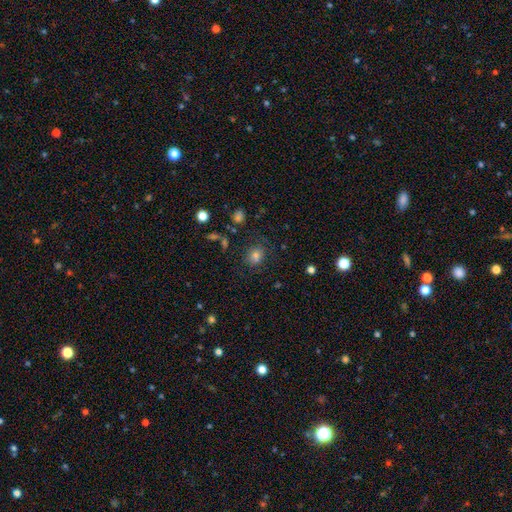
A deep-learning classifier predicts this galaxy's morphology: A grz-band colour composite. It shows a smooth galaxy with no disk features (74%) that is round (69%). Merging: none (76%).